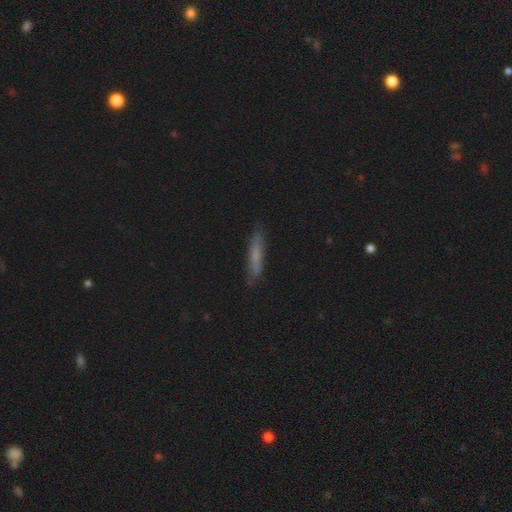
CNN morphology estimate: type=smooth (60%); roundness=cigar-shaped (85%); merging=none (81%).